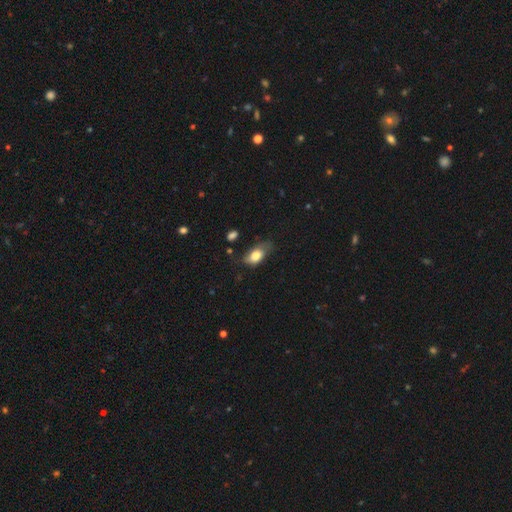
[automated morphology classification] smooth 74%, featured or disk 19%, star or artifact 7%. Down the decision tree: how rounded — in between (88%); merging — none (50%).